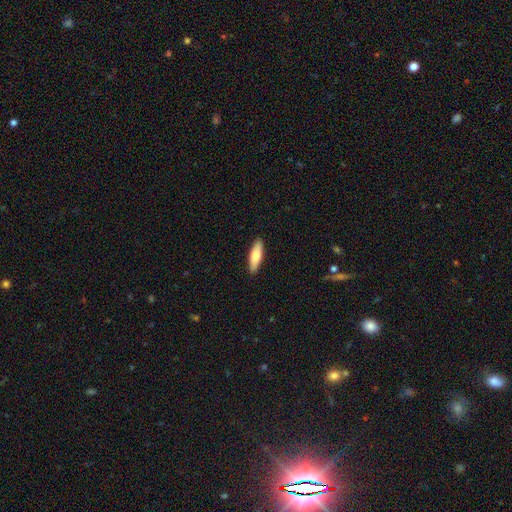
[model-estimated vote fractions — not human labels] Smooth or featured: smooth — 68% (featured or disk — 27%)
How rounded: cigar-shaped — 51% (in between — 47%)
Merging: none — 90% (minor disturbance — 7%)